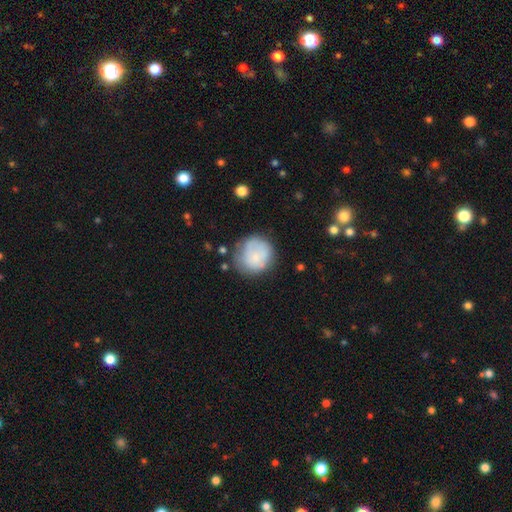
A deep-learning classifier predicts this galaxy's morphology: Overall: smooth (71%). How rounded: round (90%). Merging: none (59%; minor disturbance 24%).